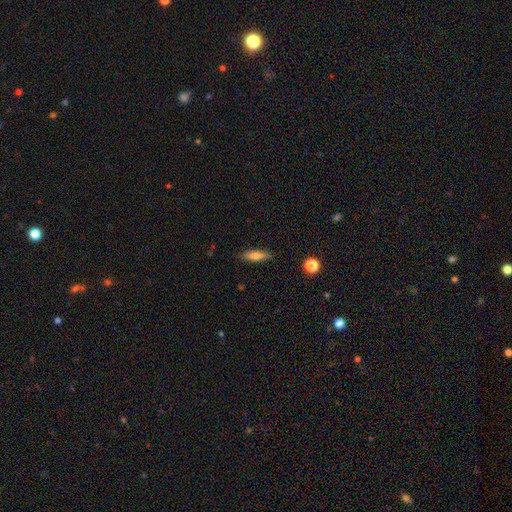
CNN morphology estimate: smooth_or_featured: smooth (p=0.70) [alt: featured or disk p=0.23]
how_rounded: cigar-shaped (p=0.61) [alt: in between p=0.37]
merging: none (p=0.85) [alt: minor disturbance p=0.11]